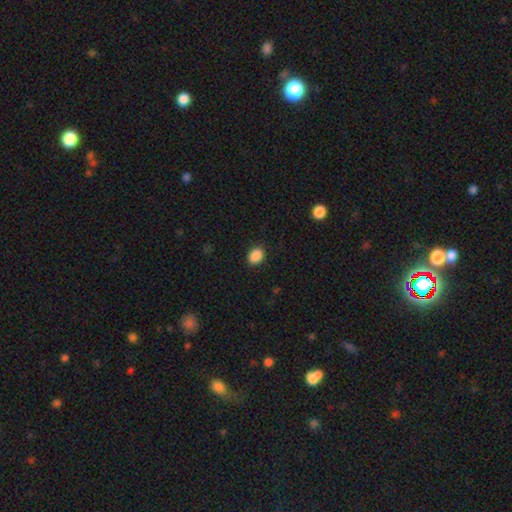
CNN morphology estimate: Smooth or featured?
  - smooth: 89% *
  - star or artifact: 9%
  - featured or disk: 2%
How rounded?
  - in between: 61% *
  - round: 38%
  - cigar-shaped: 1%
Merging?
  - none: 89% *
  - minor disturbance: 8%
  - major disturbance: 2%
  - merger: 1%